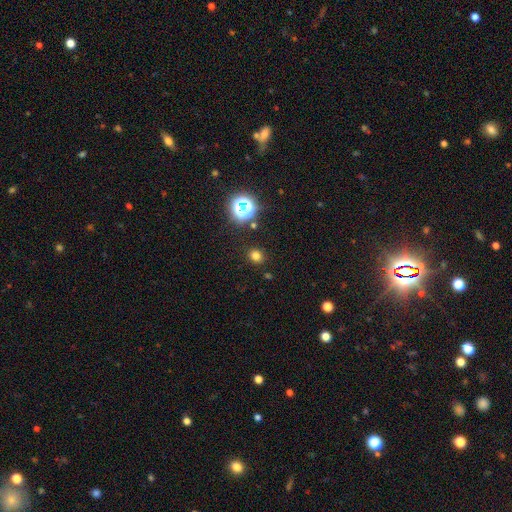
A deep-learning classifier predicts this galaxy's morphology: Overall: smooth (73%). How rounded: round (73%). Merging: none (87%).